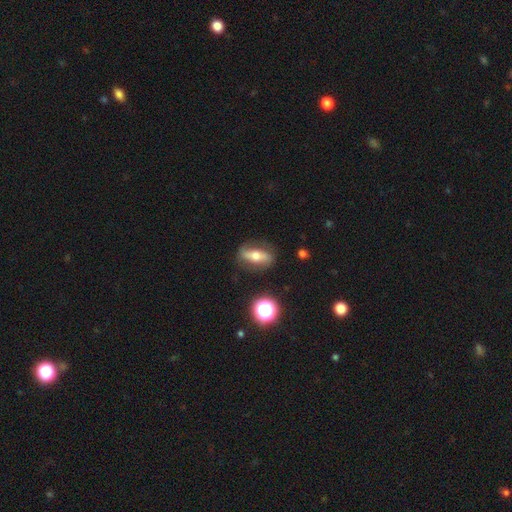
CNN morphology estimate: A featured or disk galaxy (53%).

Vote fractions:
- Smooth or featured? featured or disk: 53% / smooth: 38% / star or artifact: 9%
- Edge-on disk? no: 60% / yes: 40%
- Merging? none: 78% / minor disturbance: 15% / major disturbance: 5% / merger: 2%